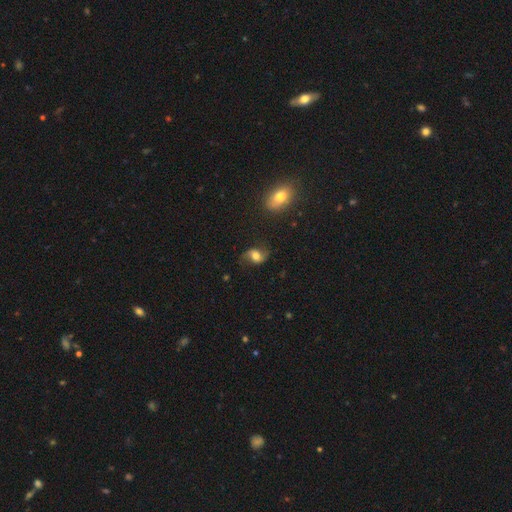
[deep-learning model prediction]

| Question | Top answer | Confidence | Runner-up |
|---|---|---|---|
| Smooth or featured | featured or disk | 58% | smooth (33%) |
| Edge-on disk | no | 96% | yes (4%) |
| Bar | no | 51% | weak (36%) |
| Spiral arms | yes | 89% | no (11%) |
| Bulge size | moderate | 54% | large (27%) |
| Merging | none | 71% | minor disturbance (18%) |